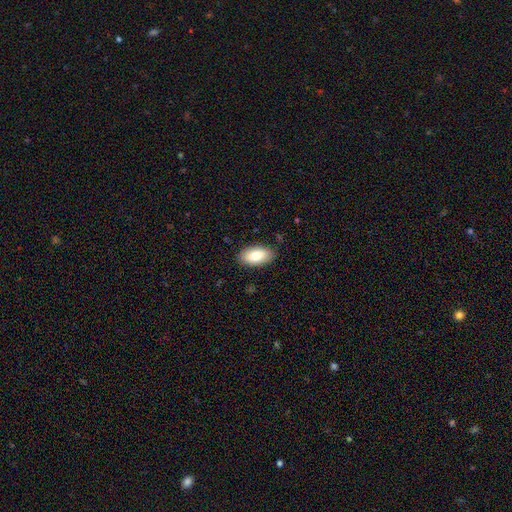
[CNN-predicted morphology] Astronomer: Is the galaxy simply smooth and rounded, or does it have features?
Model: smooth — 81%.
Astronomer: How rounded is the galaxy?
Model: in between — 94%.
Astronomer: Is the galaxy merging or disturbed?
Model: none — 87%.